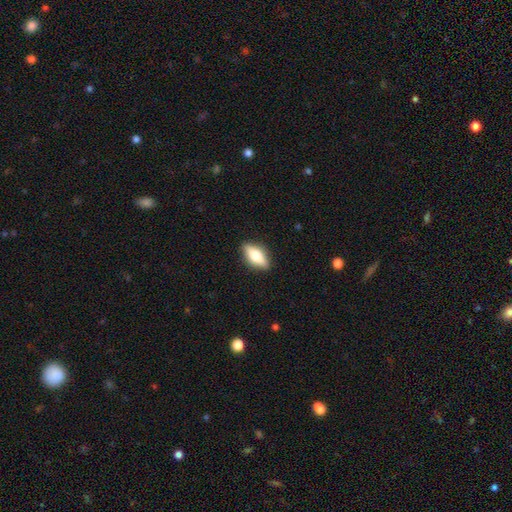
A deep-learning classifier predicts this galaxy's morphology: Smooth or featured? smooth (59%)
How rounded? in between (79%)
Merging? none (87%)